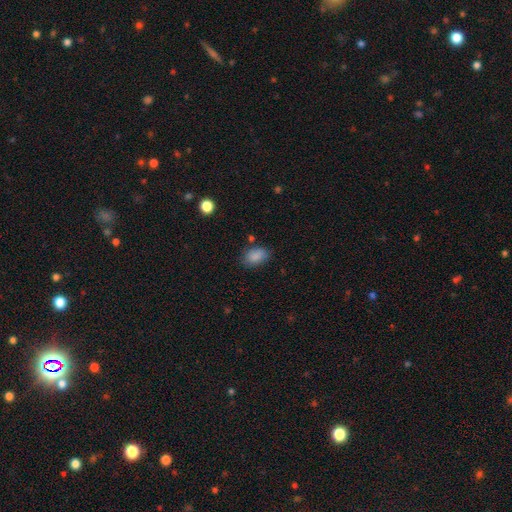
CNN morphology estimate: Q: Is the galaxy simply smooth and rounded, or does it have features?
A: smooth — 86%.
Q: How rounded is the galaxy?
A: in between — 82%.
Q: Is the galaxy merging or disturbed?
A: none — 74%.